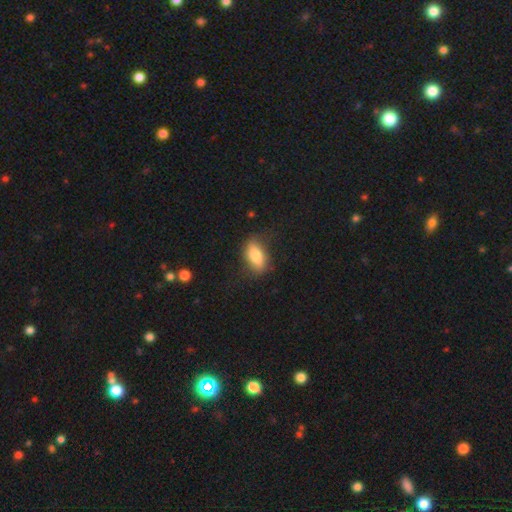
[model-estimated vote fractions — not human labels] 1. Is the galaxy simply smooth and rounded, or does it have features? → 70% smooth, 23% featured or disk, 7% star or artifact.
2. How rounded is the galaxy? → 77% in between, 18% cigar-shaped, 5% round.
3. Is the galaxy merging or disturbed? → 71% none, 20% minor disturbance, 7% major disturbance, 1% merger.